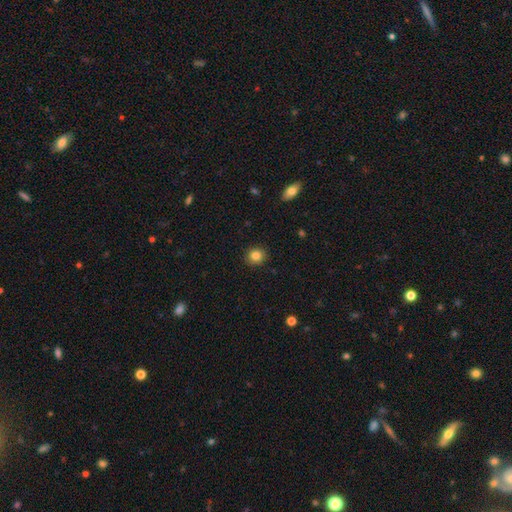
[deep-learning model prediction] Smooth or featured?
  - smooth: 83% *
  - star or artifact: 10%
  - featured or disk: 7%
How rounded?
  - round: 83% *
  - in between: 16%
  - cigar-shaped: 1%
Merging?
  - none: 91% *
  - minor disturbance: 6%
  - major disturbance: 2%
  - merger: 1%